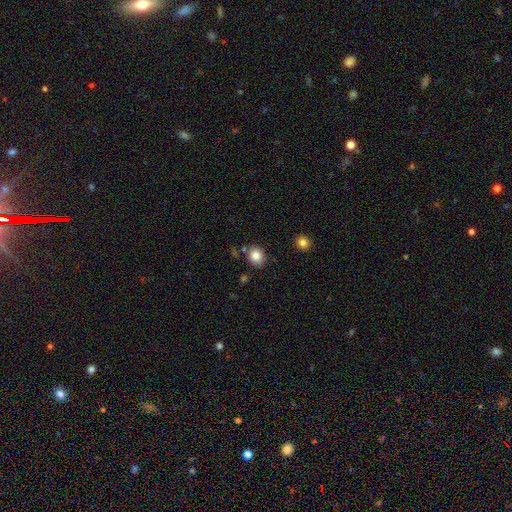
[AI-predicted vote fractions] A smooth galaxy with no disk features (84%) that is round (65%).

Vote fractions:
- Smooth or featured? smooth: 84% / star or artifact: 10% / featured or disk: 7%
- How rounded? round: 65% / in between: 35% / cigar-shaped: 1%
- Merging? none: 81% / minor disturbance: 10% / merger: 5% / major disturbance: 3%